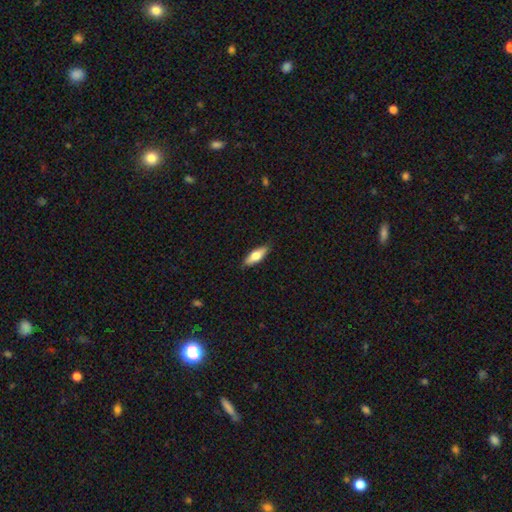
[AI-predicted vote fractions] smooth 67%, featured or disk 27%, star or artifact 6%. Down the decision tree: how rounded — in between (60%); merging — none (88%).